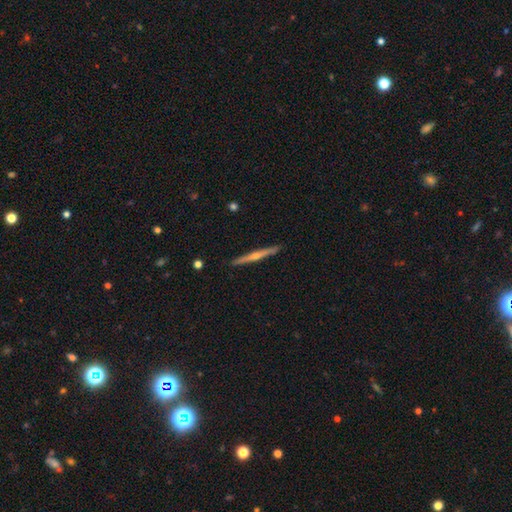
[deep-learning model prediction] This appears to be a featured or disk galaxy (76%) viewed edge-on (98%) with a rounded central bulge (83%). Merging: none (92%).